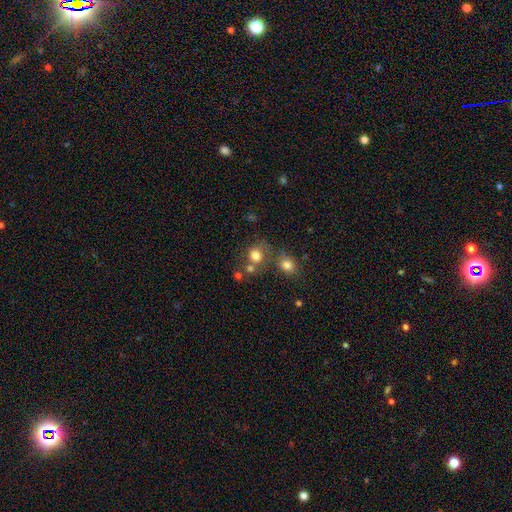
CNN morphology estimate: Smooth or featured: smooth — 77% (star or artifact — 14%)
How rounded: round — 77% (in between — 22%)
Merging: none — 51% (merger — 31%)